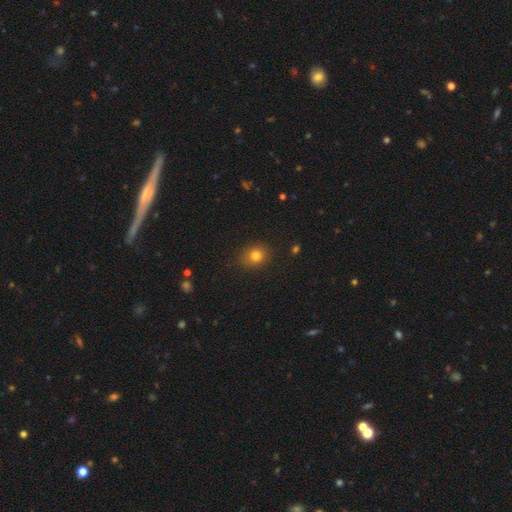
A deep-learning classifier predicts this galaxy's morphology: Smooth or featured: smooth — 79% (star or artifact — 13%)
How rounded: round — 67% (in between — 32%)
Merging: none — 84% (minor disturbance — 11%)